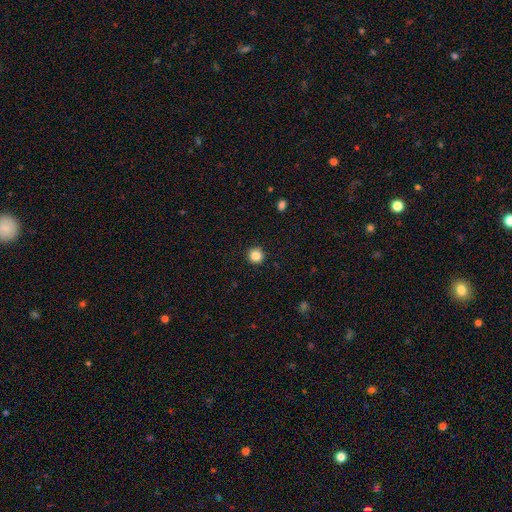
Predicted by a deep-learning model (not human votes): Smooth or featured?
  - smooth: 85% *
  - star or artifact: 10%
  - featured or disk: 5%
How rounded?
  - round: 95% *
  - in between: 4%
  - cigar-shaped: 1%
Merging?
  - none: 93% *
  - minor disturbance: 5%
  - major disturbance: 2%
  - merger: 1%